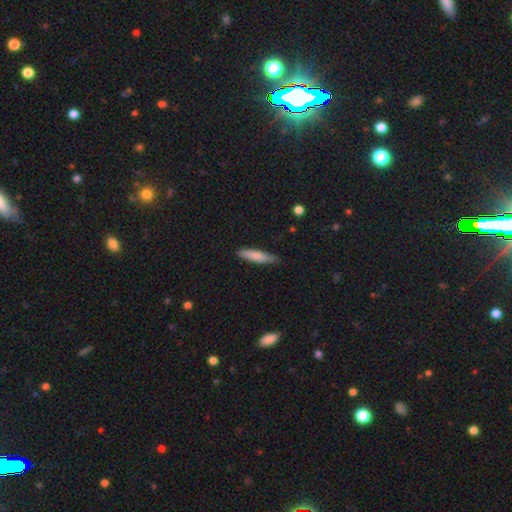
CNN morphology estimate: Smooth or featured? Predicted: smooth (p=0.77). How rounded? Predicted: cigar-shaped (p=0.80). Merging? Predicted: none (p=0.83).